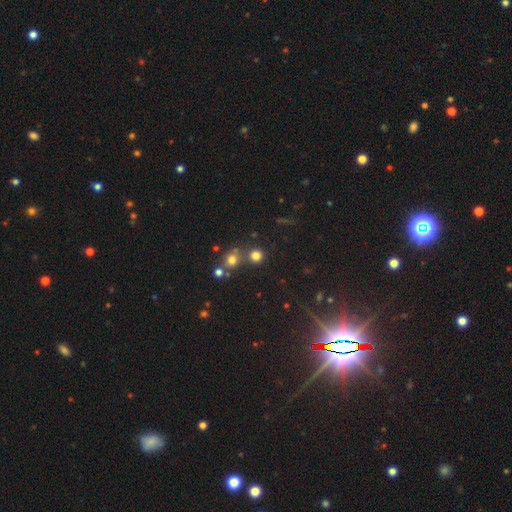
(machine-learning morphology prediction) smooth_or_featured: smooth (p=0.73) [alt: star or artifact p=0.18]
how_rounded: round (p=0.88) [alt: in between p=0.11]
merging: none (p=0.68) [alt: merger p=0.21]